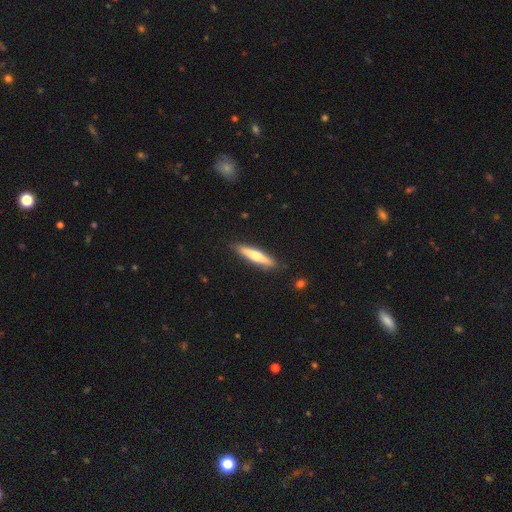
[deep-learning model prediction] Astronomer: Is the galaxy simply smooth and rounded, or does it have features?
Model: smooth — 55% (runner-up: featured or disk, 39%).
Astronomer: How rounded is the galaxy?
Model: cigar-shaped — 89%.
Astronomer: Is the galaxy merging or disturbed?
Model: none — 88%.